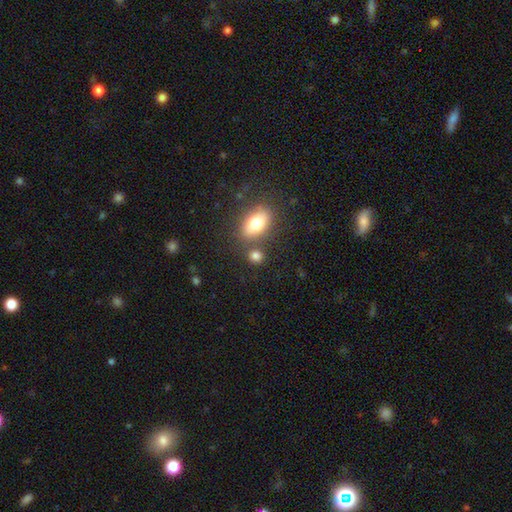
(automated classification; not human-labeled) Smooth or featured?
  - smooth: 80% *
  - star or artifact: 12%
  - featured or disk: 8%
How rounded?
  - round: 57% *
  - in between: 40%
  - cigar-shaped: 3%
Merging?
  - none: 71% *
  - merger: 15%
  - minor disturbance: 10%
  - major disturbance: 4%